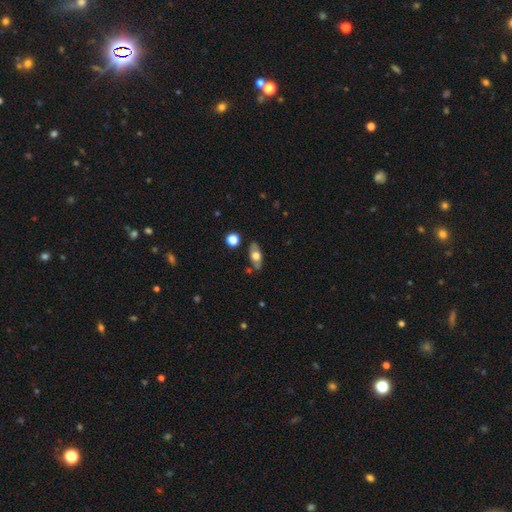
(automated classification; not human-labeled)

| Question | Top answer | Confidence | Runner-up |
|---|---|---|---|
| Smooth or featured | smooth | 54% | featured or disk (39%) |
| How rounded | in between | 79% | cigar-shaped (14%) |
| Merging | none | 79% | minor disturbance (14%) |